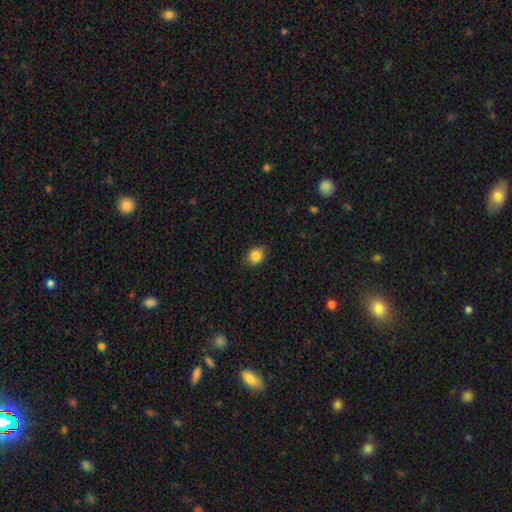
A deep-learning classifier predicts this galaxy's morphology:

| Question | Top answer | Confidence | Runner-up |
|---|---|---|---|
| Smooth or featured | smooth | 85% | star or artifact (9%) |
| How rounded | round | 59% | in between (41%) |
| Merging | none | 85% | minor disturbance (12%) |